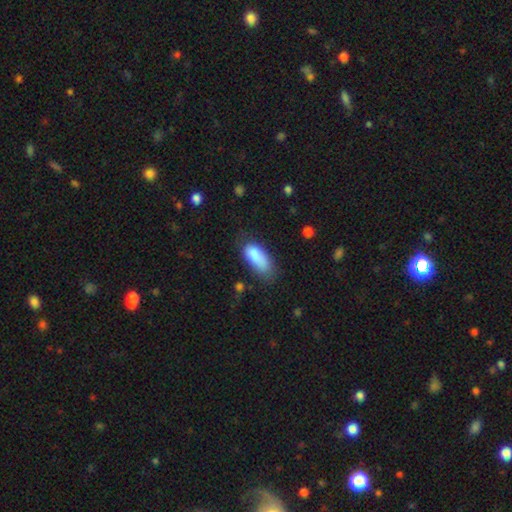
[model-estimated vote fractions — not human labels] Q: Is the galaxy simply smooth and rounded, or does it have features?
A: smooth — 83%.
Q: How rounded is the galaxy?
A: in between — 85%.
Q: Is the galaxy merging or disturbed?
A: none — 47%.